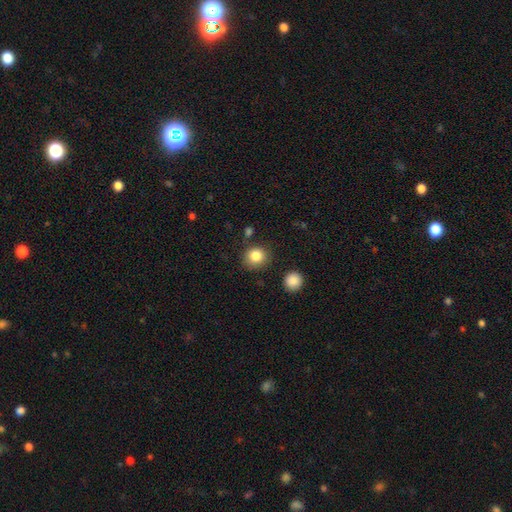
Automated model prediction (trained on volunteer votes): Smooth or featured?
  - smooth: 84% *
  - star or artifact: 10%
  - featured or disk: 6%
How rounded?
  - round: 85% *
  - in between: 14%
  - cigar-shaped: 1%
Merging?
  - none: 83% *
  - minor disturbance: 10%
  - merger: 4%
  - major disturbance: 3%